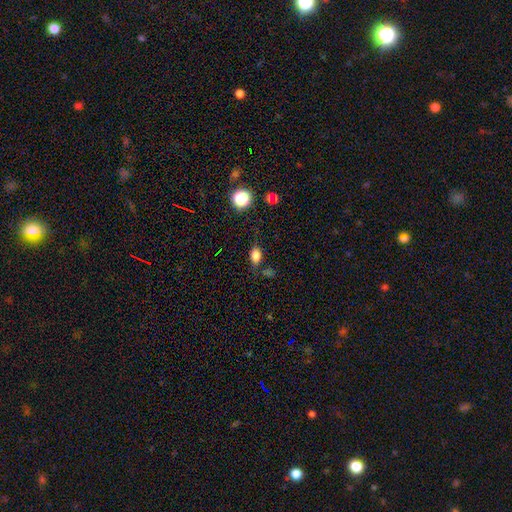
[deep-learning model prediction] Q: Smooth or featured?
A: smooth (81%); runner-up: star or artifact (12%)
Q: How rounded?
A: in between (80%); runner-up: round (17%)
Q: Merging?
A: none (75%); runner-up: minor disturbance (17%)